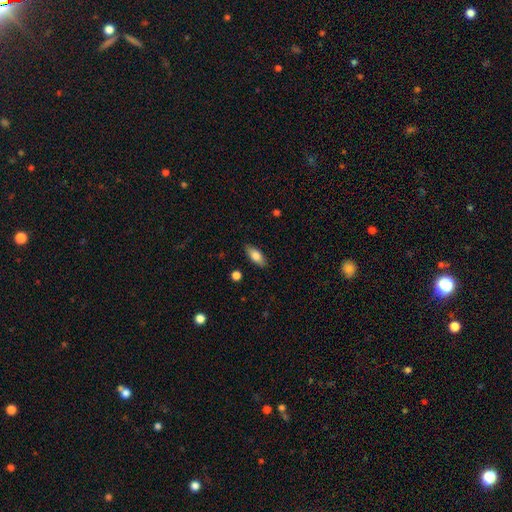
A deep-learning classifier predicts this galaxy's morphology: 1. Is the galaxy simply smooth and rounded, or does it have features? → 80% smooth, 14% featured or disk, 7% star or artifact.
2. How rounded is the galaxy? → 82% in between, 15% cigar-shaped, 3% round.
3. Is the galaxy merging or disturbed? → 86% none, 10% minor disturbance, 2% major disturbance, 1% merger.